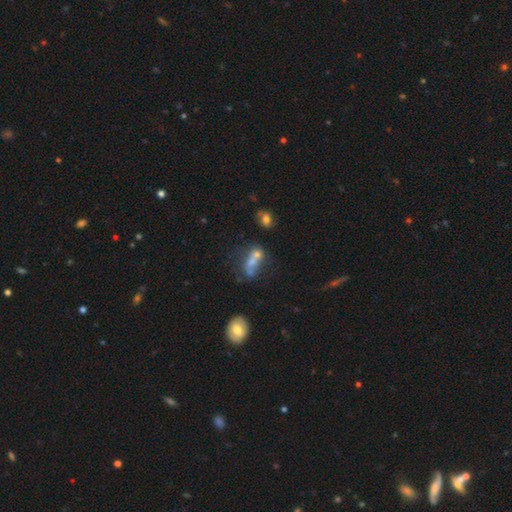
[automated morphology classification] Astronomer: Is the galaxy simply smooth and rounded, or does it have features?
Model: smooth — 39% (runner-up: featured or disk, 32%).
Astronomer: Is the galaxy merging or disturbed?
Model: none — 50%.